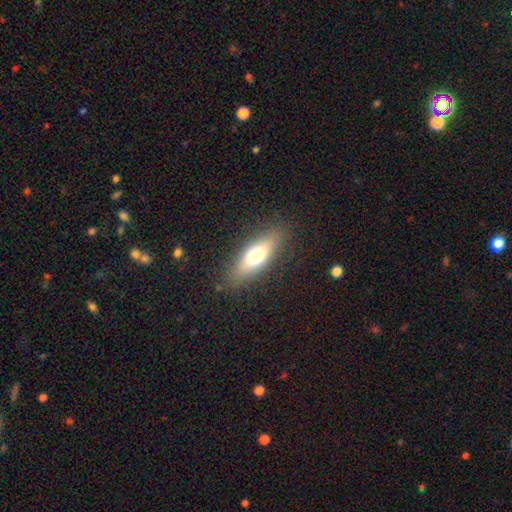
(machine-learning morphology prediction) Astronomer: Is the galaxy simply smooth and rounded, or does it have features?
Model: smooth — 65%.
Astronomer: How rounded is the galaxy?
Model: in between — 56% (runner-up: cigar-shaped, 41%).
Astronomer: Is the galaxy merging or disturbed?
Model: none — 84%.